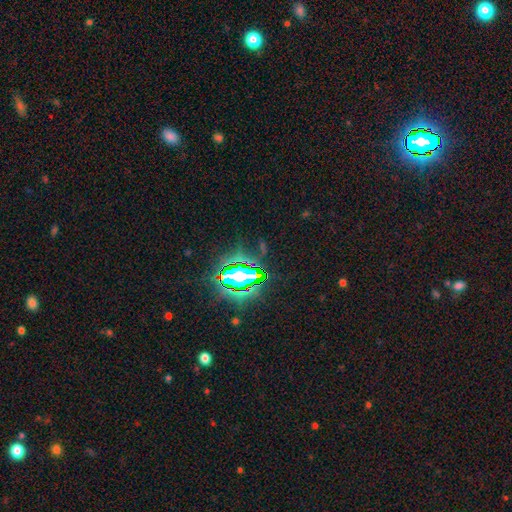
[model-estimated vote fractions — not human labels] This appears to be a star or artifact, not a galaxy (79%).